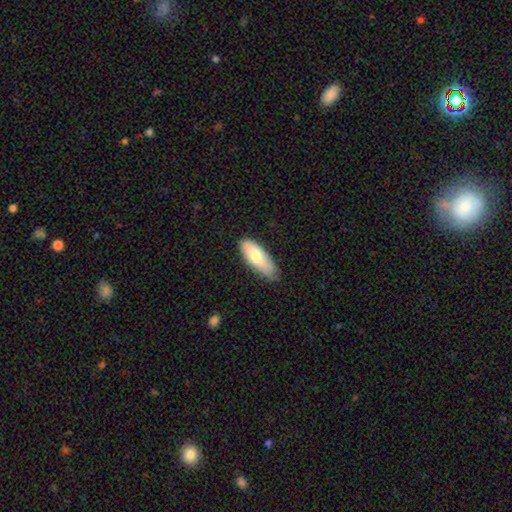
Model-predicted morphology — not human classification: The model was most divided on "merging": none: 61%, minor disturbance: 32%, major disturbance: 5%, merger: 2%. More confident: smooth or featured — smooth (75%); how rounded — in between (71%).